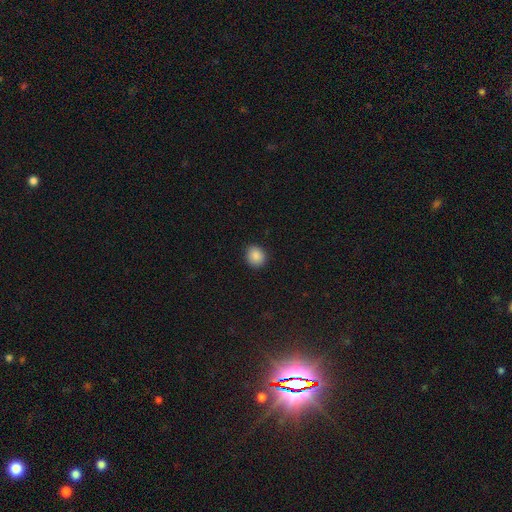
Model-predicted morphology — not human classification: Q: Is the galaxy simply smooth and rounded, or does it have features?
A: smooth — 88%.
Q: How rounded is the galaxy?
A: round — 76%.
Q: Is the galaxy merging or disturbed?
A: none — 90%.